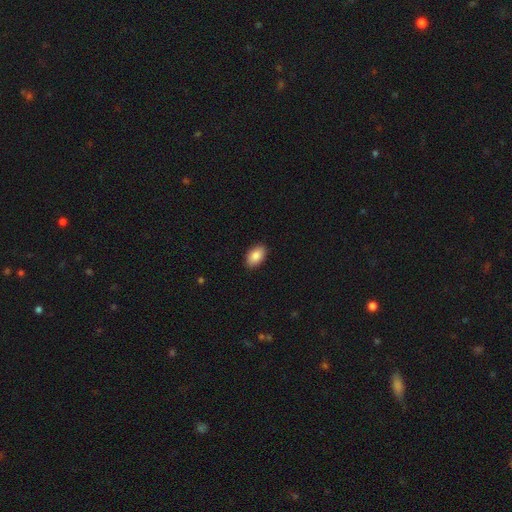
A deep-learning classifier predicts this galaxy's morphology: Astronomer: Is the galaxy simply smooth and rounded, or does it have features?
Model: smooth — 88%.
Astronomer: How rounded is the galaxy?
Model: in between — 93%.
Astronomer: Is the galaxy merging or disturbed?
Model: none — 90%.